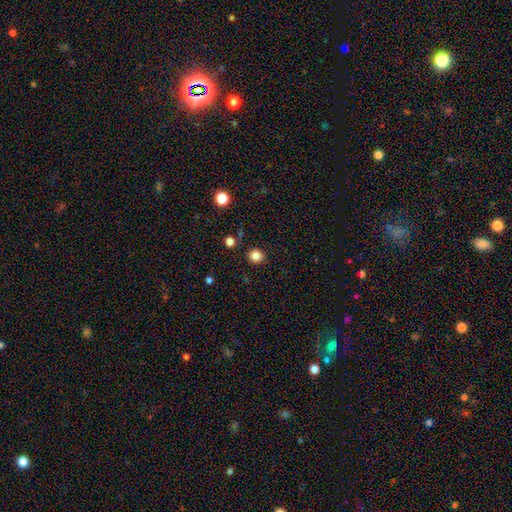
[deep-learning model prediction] Smooth or featured: smooth — 83% (star or artifact — 13%)
How rounded: round — 89% (in between — 10%)
Merging: none — 89% (minor disturbance — 7%)